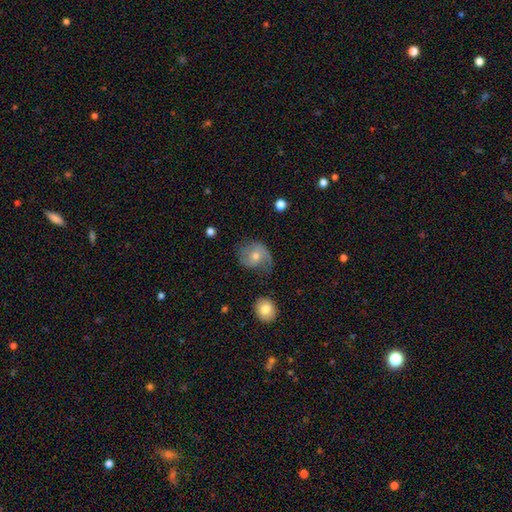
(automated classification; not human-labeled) Smooth or featured? Predicted: featured or disk (p=0.62). Edge-on disk? Predicted: no (p=0.97). Bar? Predicted: no (p=0.68). Spiral arms? Predicted: yes (p=0.86). Spiral winding? Predicted: medium (p=0.42). Spiral arm count? Predicted: 2 (p=0.61). Bulge size? Predicted: moderate (p=0.59). Merging? Predicted: none (p=0.55).